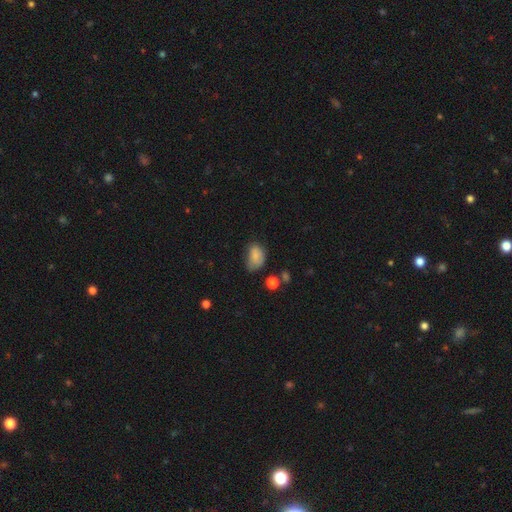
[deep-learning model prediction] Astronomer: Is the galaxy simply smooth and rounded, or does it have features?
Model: smooth — 78%.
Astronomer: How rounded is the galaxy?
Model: in between — 81%.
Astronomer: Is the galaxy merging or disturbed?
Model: none — 43% (runner-up: minor disturbance, 39%).